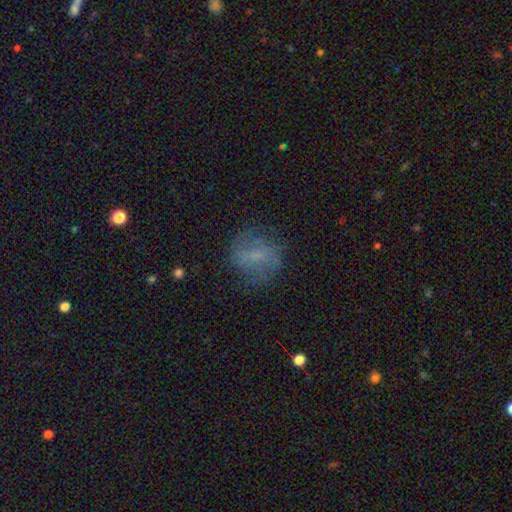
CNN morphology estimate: smooth-or-featured: smooth: 47% | featured or disk: 40% | star or artifact: 13%
  merging: none: 69% | minor disturbance: 18% | major disturbance: 11% | merger: 2%